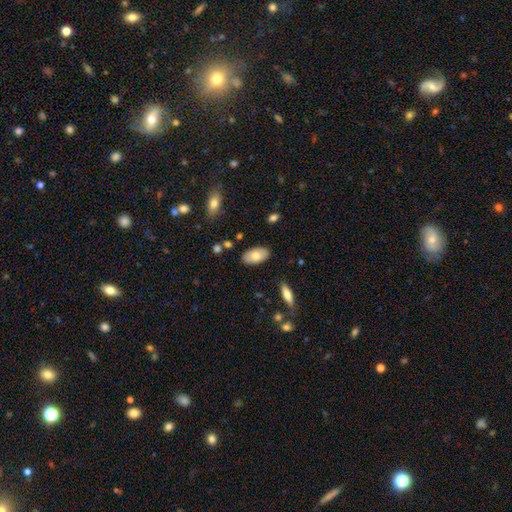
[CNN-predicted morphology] The model was most divided on "smooth or featured": smooth: 75%, featured or disk: 19%, star or artifact: 6%. More confident: how rounded — in between (95%); merging — none (85%).